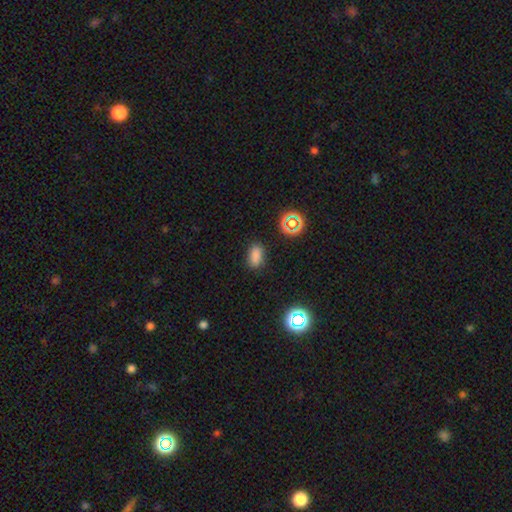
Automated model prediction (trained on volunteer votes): smooth_or_featured: smooth (p=0.79) [alt: star or artifact p=0.16]
how_rounded: in between (p=0.86) [alt: round p=0.08]
merging: none (p=0.85) [alt: minor disturbance p=0.11]